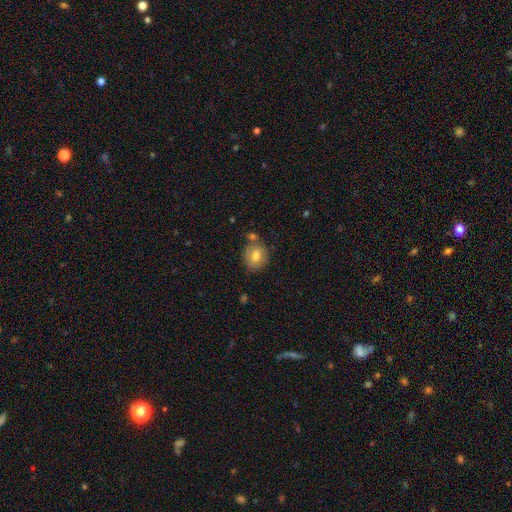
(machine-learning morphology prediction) This appears to be a smooth galaxy with no disk features (75%) that is round (64%). Merging: none (70%).